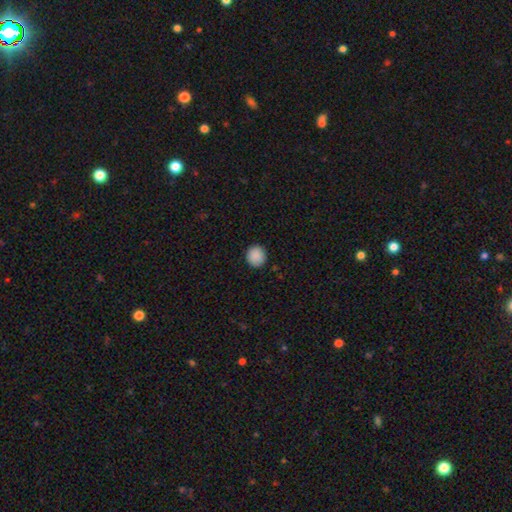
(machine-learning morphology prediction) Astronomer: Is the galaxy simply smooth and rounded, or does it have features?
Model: smooth — 90%.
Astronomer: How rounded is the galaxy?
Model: round — 92%.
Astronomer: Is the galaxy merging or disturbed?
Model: none — 91%.